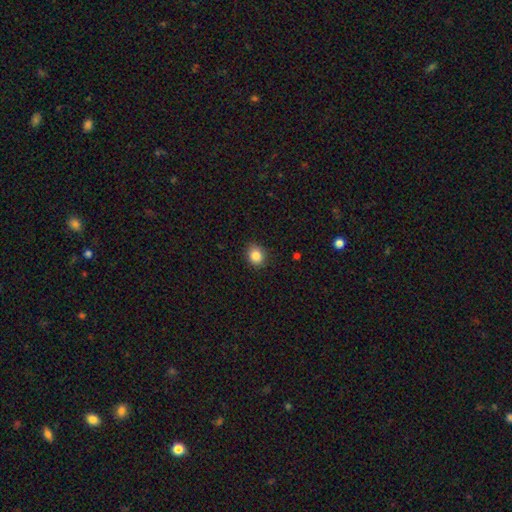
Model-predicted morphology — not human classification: Smooth or featured?
  - smooth: 85% *
  - star or artifact: 10%
  - featured or disk: 5%
How rounded?
  - round: 70% *
  - in between: 29%
  - cigar-shaped: 1%
Merging?
  - none: 88% *
  - minor disturbance: 9%
  - major disturbance: 2%
  - merger: 1%